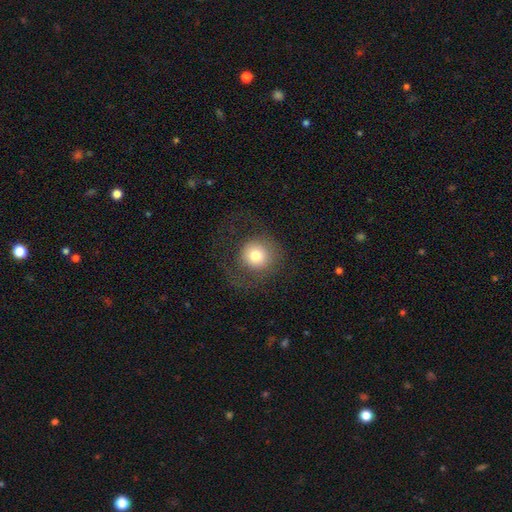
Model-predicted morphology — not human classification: This is likely a smooth galaxy (72%). How rounded: clearly round (92%). Merging: likely none (62%).